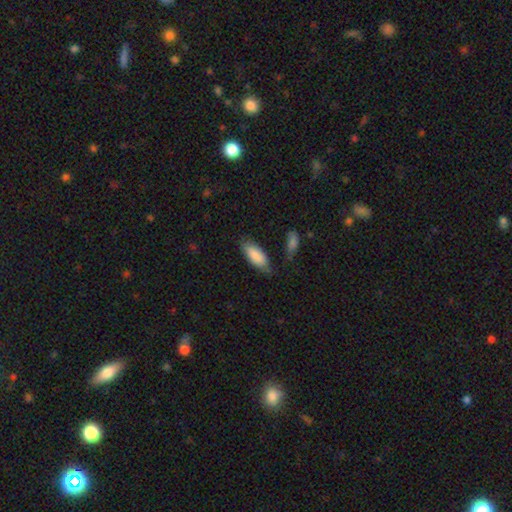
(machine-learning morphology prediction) A smooth galaxy with no disk features (86%) that is in between round and cigar-shaped (82%).

Vote fractions:
- Smooth or featured? smooth: 86% / featured or disk: 8% / star or artifact: 6%
- How rounded? in between: 82% / cigar-shaped: 16% / round: 2%
- Merging? none: 63% / minor disturbance: 24% / major disturbance: 7% / merger: 6%